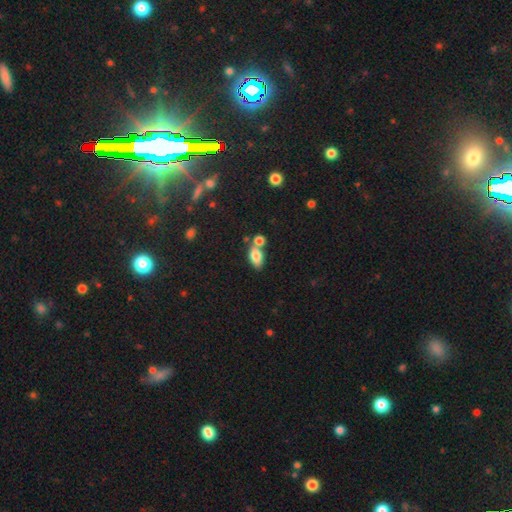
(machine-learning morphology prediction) smooth-or-featured: smooth: 79% | featured or disk: 13% | star or artifact: 9%
  how-rounded: in between: 88% | round: 8% | cigar-shaped: 4%
  merging: none: 49% | merger: 35% | minor disturbance: 12% | major disturbance: 4%